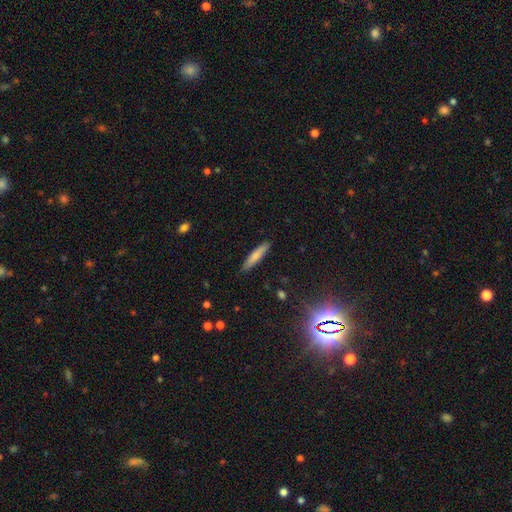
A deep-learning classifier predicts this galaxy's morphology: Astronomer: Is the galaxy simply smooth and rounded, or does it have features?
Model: smooth — 77%.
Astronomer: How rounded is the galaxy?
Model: cigar-shaped — 86%.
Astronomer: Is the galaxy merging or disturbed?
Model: none — 89%.